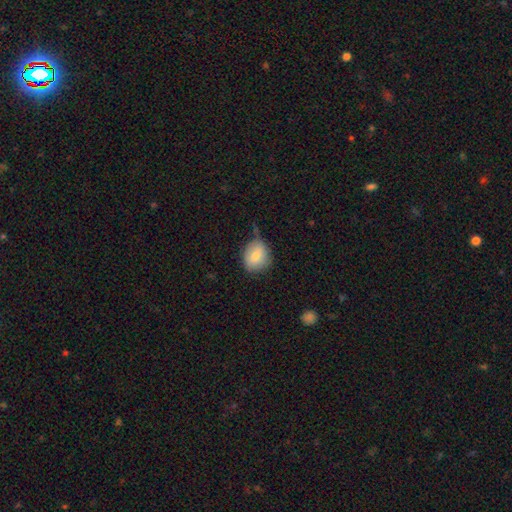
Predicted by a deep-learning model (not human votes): A smooth galaxy with no disk features (79%) that is round (66%).

Vote fractions:
- Smooth or featured? smooth: 79% / featured or disk: 13% / star or artifact: 8%
- How rounded? round: 66% / in between: 33% / cigar-shaped: 1%
- Merging? none: 57% / minor disturbance: 30% / major disturbance: 8% / merger: 5%